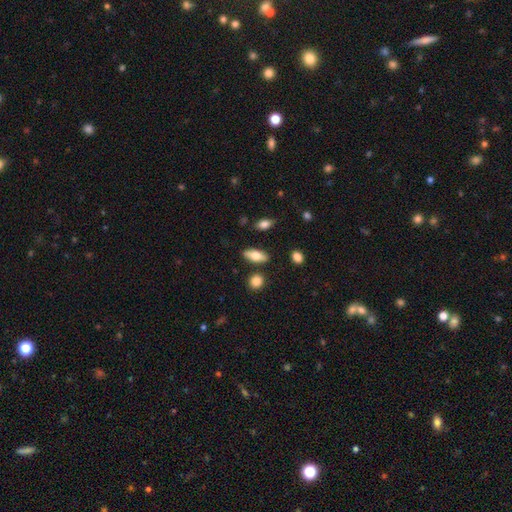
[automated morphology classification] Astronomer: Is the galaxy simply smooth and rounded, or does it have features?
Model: smooth — 74%.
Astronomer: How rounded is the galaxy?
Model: in between — 77%.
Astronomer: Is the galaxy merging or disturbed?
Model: none — 84%.